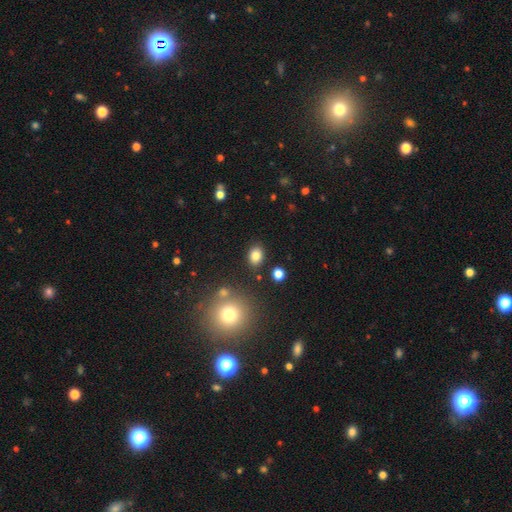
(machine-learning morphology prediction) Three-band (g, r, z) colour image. It shows a smooth galaxy with no disk features (82%) that is in between round and cigar-shaped (66%). Merging: none (83%).